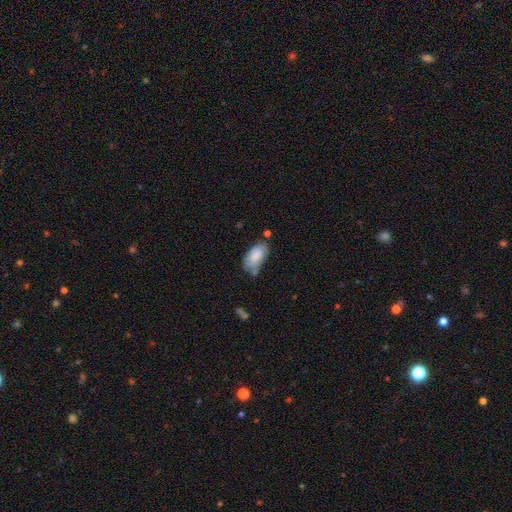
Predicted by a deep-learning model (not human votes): smooth 82%, featured or disk 11%, star or artifact 7%. Down the decision tree: how rounded — in between (95%); merging — none (46%).